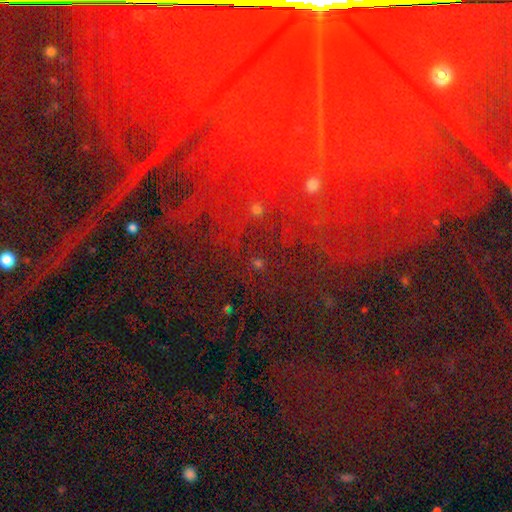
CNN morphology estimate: This appears to be a star or artifact, not a galaxy (85%).